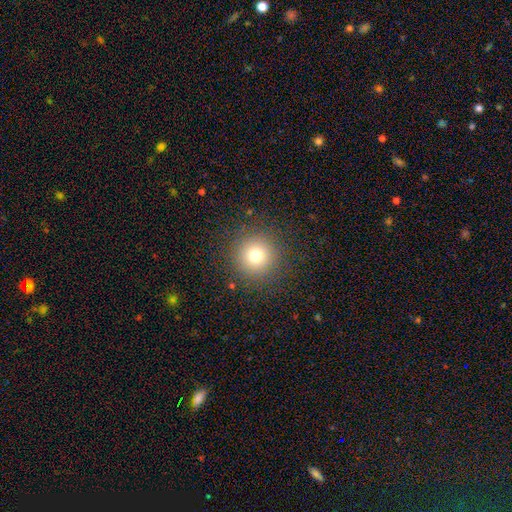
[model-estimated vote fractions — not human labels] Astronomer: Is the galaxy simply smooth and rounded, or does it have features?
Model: smooth — 75%.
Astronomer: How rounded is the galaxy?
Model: round — 95%.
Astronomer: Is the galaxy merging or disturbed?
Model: none — 90%.